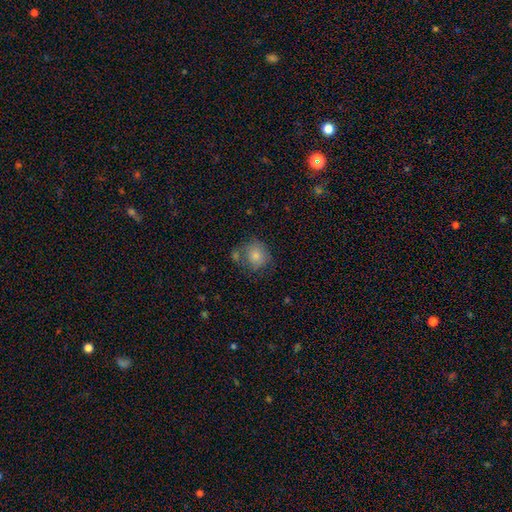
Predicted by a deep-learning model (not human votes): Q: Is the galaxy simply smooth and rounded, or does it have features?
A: smooth — 78%.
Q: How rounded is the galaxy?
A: round — 80%.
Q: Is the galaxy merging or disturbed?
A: none — 53%.